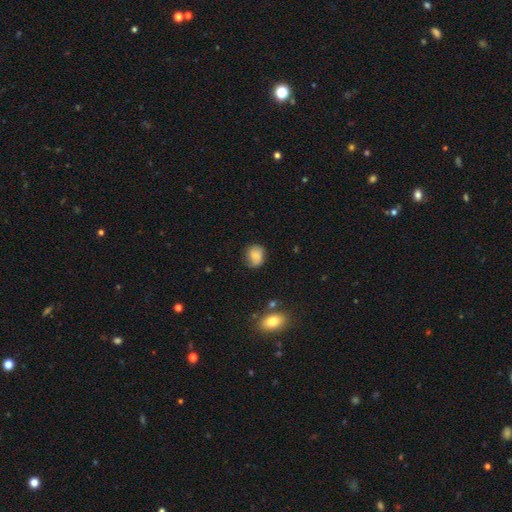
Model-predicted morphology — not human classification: smooth_or_featured: smooth (p=0.70) [alt: featured or disk p=0.21]
how_rounded: round (p=0.58) [alt: in between p=0.41]
merging: none (p=0.59) [alt: minor disturbance p=0.28]